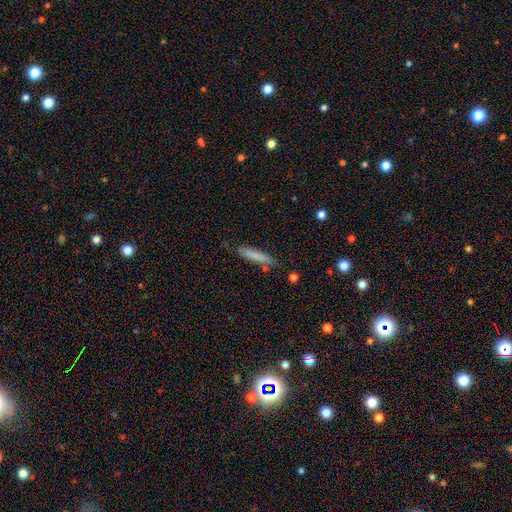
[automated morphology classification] The model was most divided on "smooth or featured": smooth: 78%, featured or disk: 15%, star or artifact: 7%. More confident: how rounded — cigar-shaped (88%); merging — none (79%).